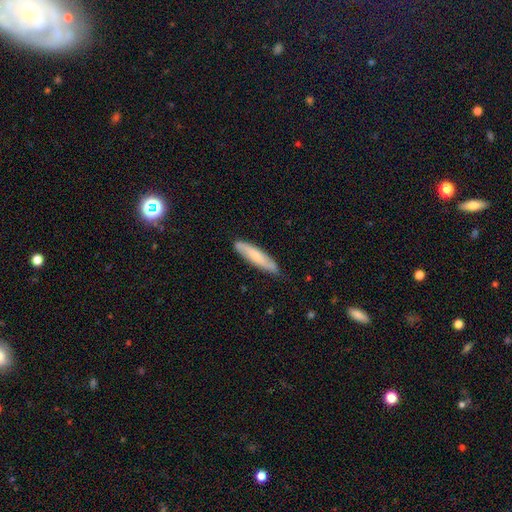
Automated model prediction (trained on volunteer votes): Overall: smooth (64%; featured or disk 30%). How rounded: cigar-shaped (81%). Merging: none (80%).